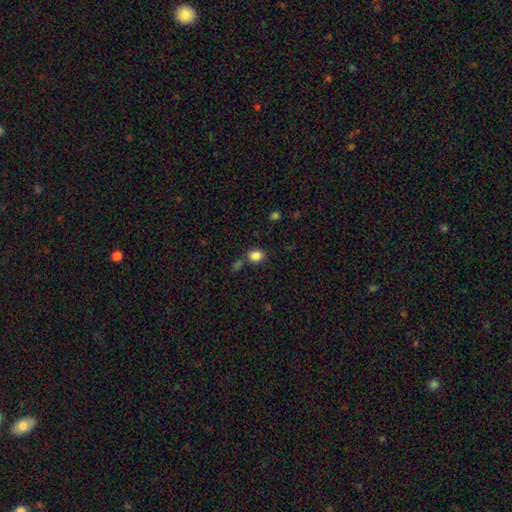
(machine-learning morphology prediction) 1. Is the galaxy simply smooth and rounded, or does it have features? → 85% smooth, 11% star or artifact, 4% featured or disk.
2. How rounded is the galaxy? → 70% round, 29% in between, 1% cigar-shaped.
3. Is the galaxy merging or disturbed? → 71% none, 13% merger, 12% minor disturbance, 4% major disturbance.